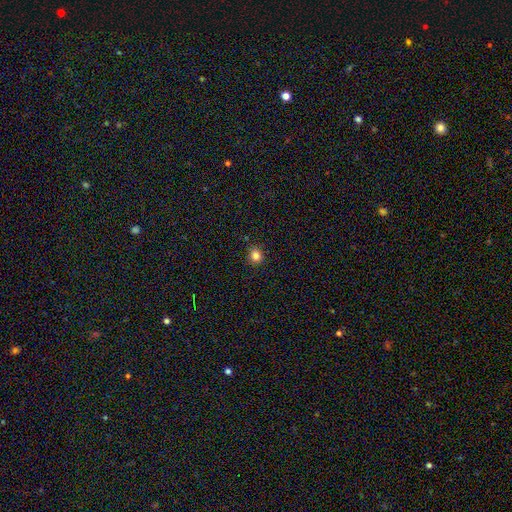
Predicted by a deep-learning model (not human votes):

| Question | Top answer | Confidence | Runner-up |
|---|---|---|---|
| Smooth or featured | smooth | 83% | star or artifact (13%) |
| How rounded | round | 87% | in between (12%) |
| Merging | none | 90% | minor disturbance (7%) |